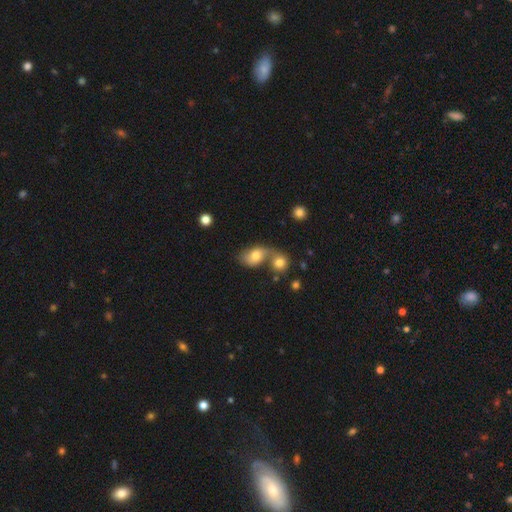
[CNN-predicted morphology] Smooth or featured?
  - smooth: 67% *
  - featured or disk: 24%
  - star or artifact: 9%
How rounded?
  - in between: 74% *
  - round: 24%
  - cigar-shaped: 2%
Merging?
  - merger: 57% *
  - none: 24%
  - minor disturbance: 11%
  - major disturbance: 8%